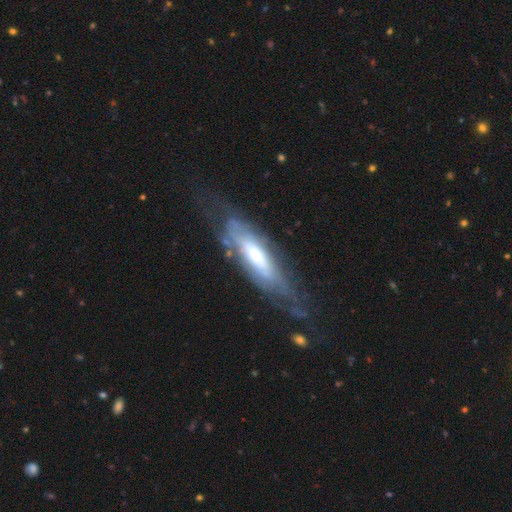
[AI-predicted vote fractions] featured or disk 68%, smooth 26%, star or artifact 7%. Down the decision tree: edge-on disk — no (65%); merging — none (54%).